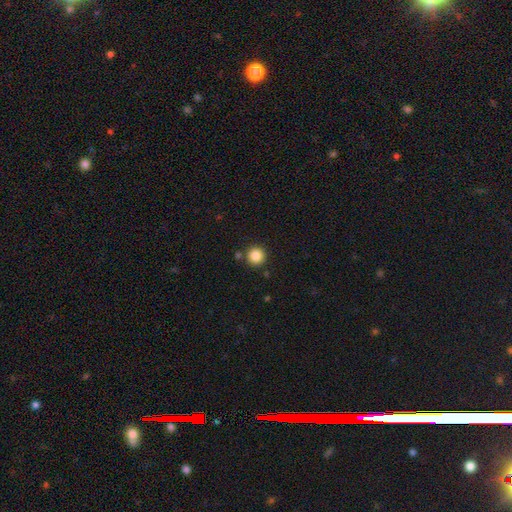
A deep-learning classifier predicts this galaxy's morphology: Smooth or featured? smooth (86%)
How rounded? round (96%)
Merging? none (87%)